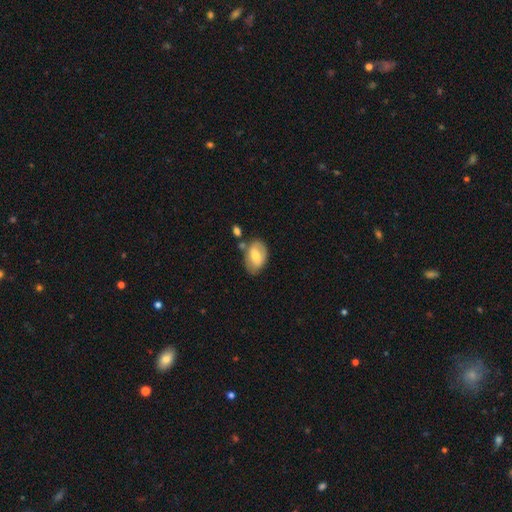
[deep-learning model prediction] A smooth galaxy with no disk features (57%) that is in between round and cigar-shaped (87%). Merging: none (61%).